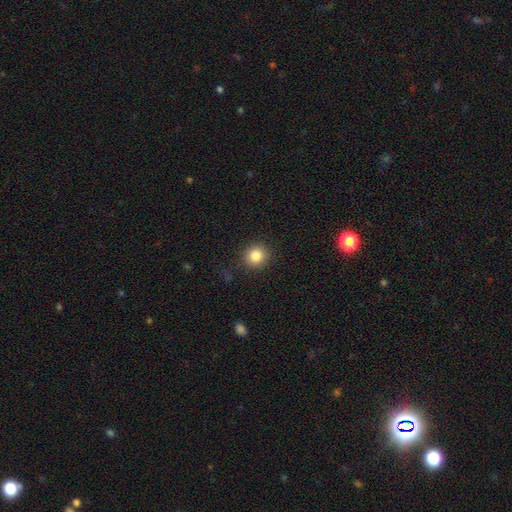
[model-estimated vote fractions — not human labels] smooth-or-featured: smooth: 84% | star or artifact: 10% | featured or disk: 5%
  how-rounded: round: 87% | in between: 12% | cigar-shaped: 1%
  merging: none: 88% | minor disturbance: 8% | major disturbance: 3% | merger: 1%